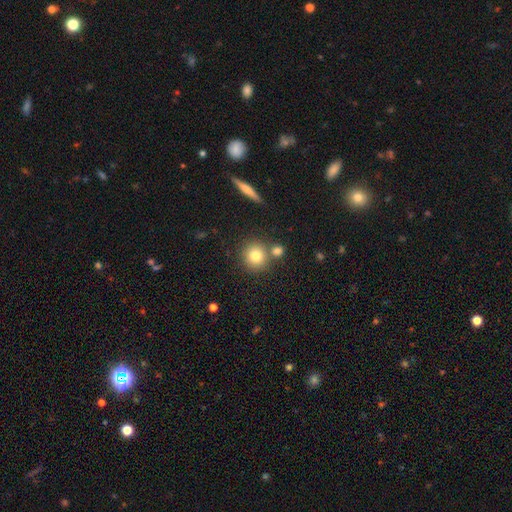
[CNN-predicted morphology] smooth 78%, featured or disk 11%, star or artifact 11%. Down the decision tree: how rounded — round (91%); merging — none (72%).